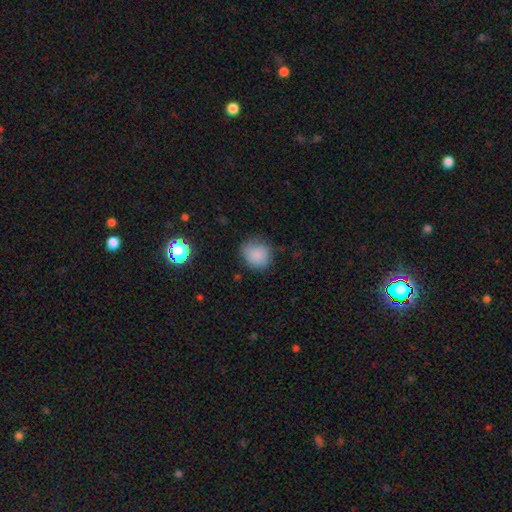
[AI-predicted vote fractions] Overall: smooth (84%). How rounded: round (79%). Merging: none (71%).